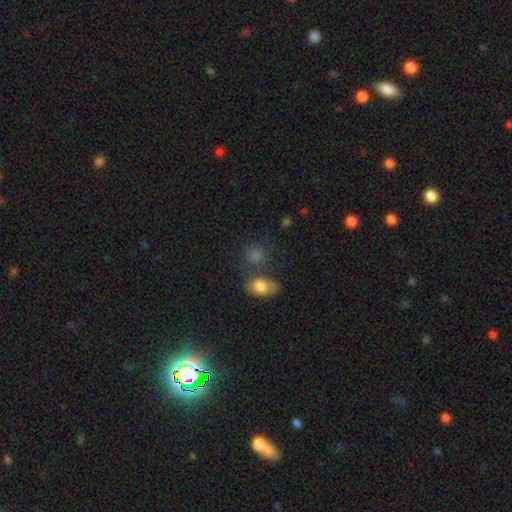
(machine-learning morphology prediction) A smooth galaxy with no disk features (69%) that is round (62%). Merging: none (61%).